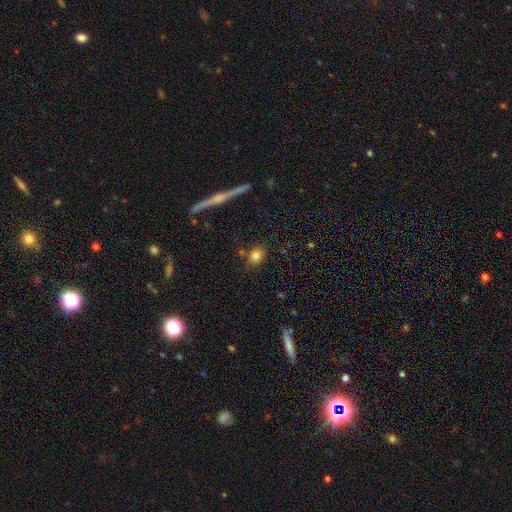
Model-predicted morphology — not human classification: smooth 81%, star or artifact 10%, featured or disk 9%. Down the decision tree: how rounded — round (51%); merging — none (79%).